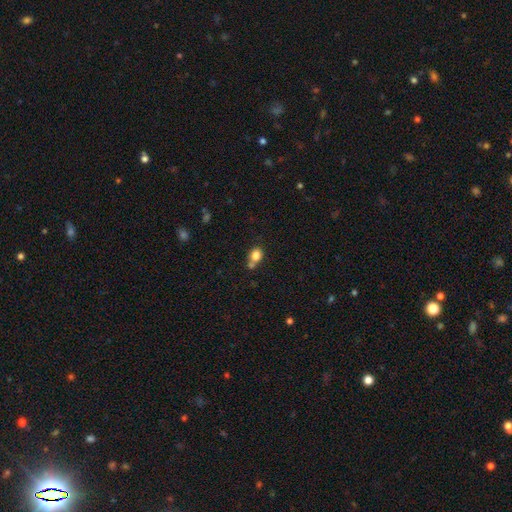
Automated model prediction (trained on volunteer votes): This is clearly a smooth galaxy (81%). How rounded: likely round (67%). Merging: possibly none (48%).